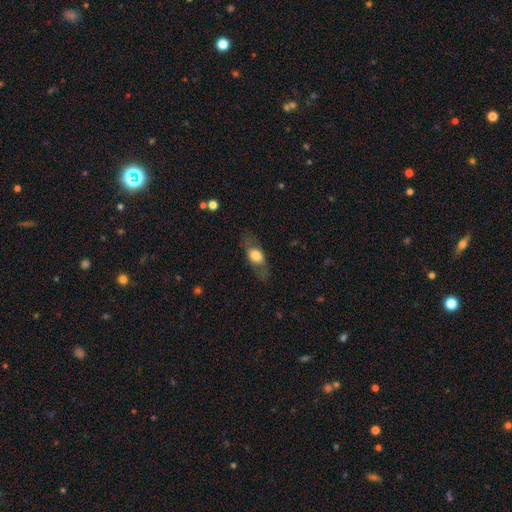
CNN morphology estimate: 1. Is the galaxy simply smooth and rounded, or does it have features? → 60% smooth, 33% featured or disk, 7% star or artifact.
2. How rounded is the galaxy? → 68% in between, 17% round, 15% cigar-shaped.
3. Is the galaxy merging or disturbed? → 73% none, 16% minor disturbance, 9% major disturbance, 1% merger.